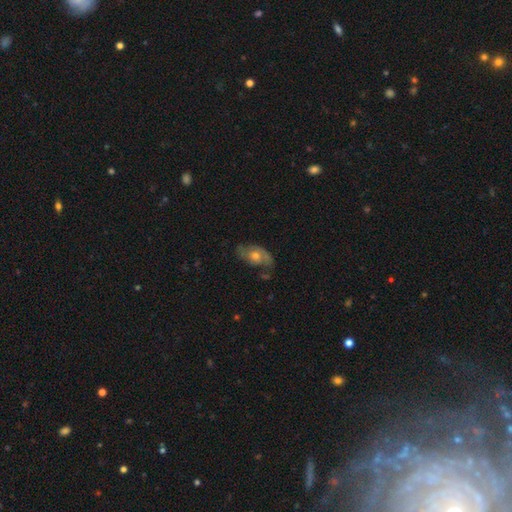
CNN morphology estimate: A featured or disk galaxy (67%) with no bar (77%), spiral arms (78%) and a moderate central bulge (67%).

Vote fractions:
- Smooth or featured? featured or disk: 67% / smooth: 25% / star or artifact: 9%
- Edge-on disk? no: 93% / yes: 7%
- Bar? no: 77% / weak: 20% / strong: 3%
- Spiral arms? yes: 78% / no: 22%
- Bulge size? moderate: 67% / small: 25% / large: 5% / none: 2% / dominant: 1%
- Merging? none: 67% / minor disturbance: 22% / major disturbance: 9% / merger: 2%